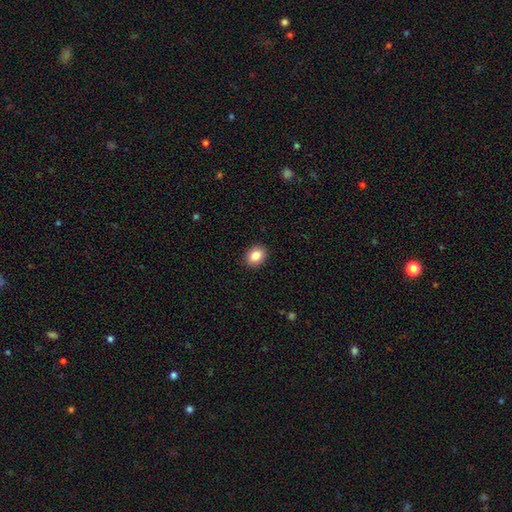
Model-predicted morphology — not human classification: A smooth galaxy with no disk features (86%) that is in between round and cigar-shaped (55%). Merging: none (91%).